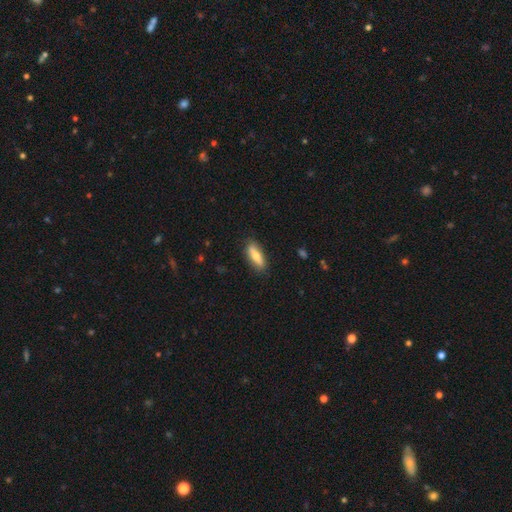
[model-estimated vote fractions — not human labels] A smooth galaxy with no disk features (70%) that is in between round and cigar-shaped (56%).

Vote fractions:
- Smooth or featured? smooth: 70% / featured or disk: 24% / star or artifact: 6%
- How rounded? in between: 56% / cigar-shaped: 41% / round: 2%
- Merging? none: 85% / minor disturbance: 12% / major disturbance: 2% / merger: 1%